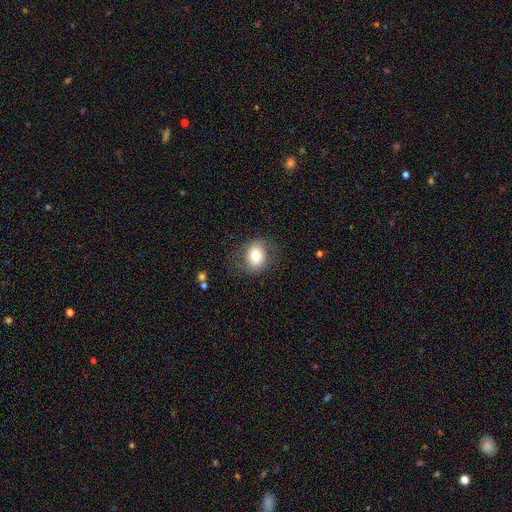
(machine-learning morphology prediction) The model was most divided on "how rounded": round: 52%, in between: 47%, cigar-shaped: 1%. More confident: merging — none (75%); smooth or featured — smooth (71%).